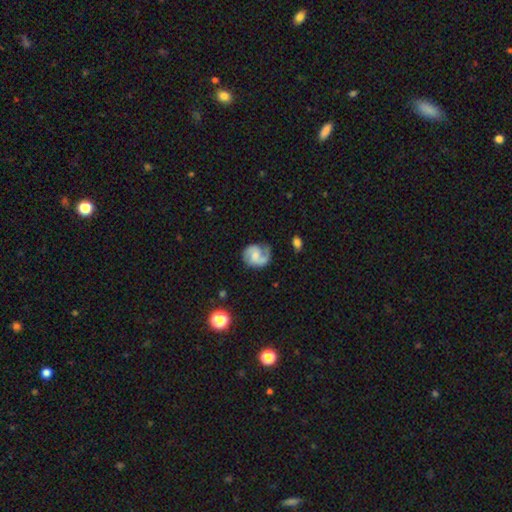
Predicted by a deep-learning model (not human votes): featured or disk 76%, smooth 17%, star or artifact 6%. Down the decision tree: edge-on disk — no (98%); bar — no (47%); spiral arms — yes (95%); spiral arm count — 2 (79%); spiral winding — medium (50%); bulge size — small (43%); merging — none (66%).